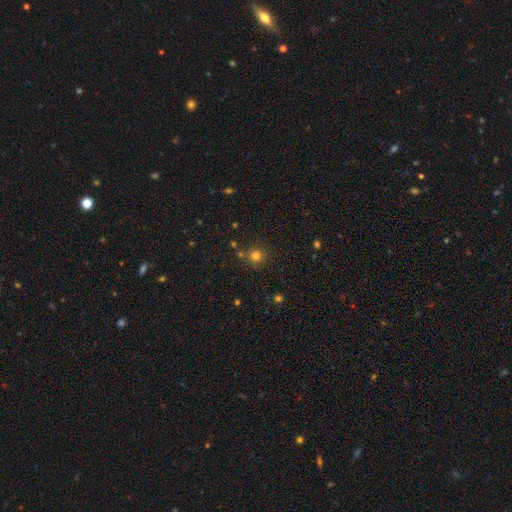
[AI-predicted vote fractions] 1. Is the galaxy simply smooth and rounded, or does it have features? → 76% smooth, 18% star or artifact, 6% featured or disk.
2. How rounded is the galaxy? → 92% round, 7% in between, 1% cigar-shaped.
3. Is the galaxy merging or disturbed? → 79% none, 10% minor disturbance, 8% merger, 3% major disturbance.